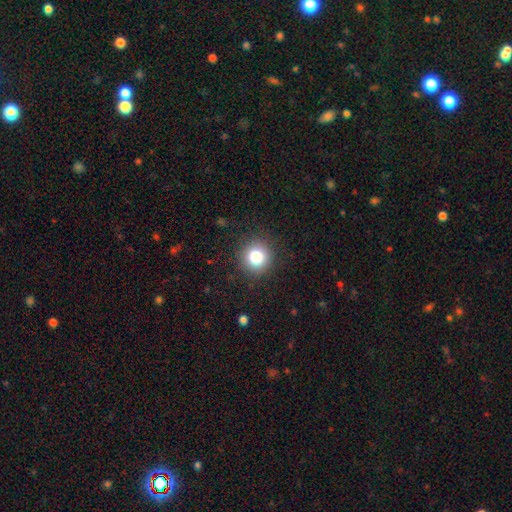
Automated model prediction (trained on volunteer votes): Morphology: type=smooth (83%); roundness=round (93%); merging=none (89%).